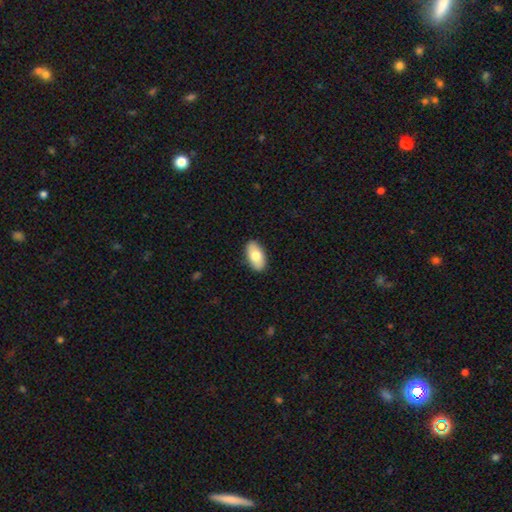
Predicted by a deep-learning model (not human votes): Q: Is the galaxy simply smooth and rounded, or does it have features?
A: smooth — 75%.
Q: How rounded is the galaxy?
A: in between — 93%.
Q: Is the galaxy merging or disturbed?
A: none — 88%.